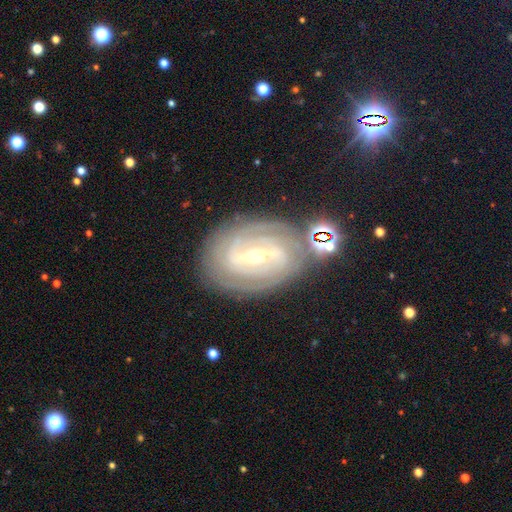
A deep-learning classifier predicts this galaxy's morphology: Smooth or featured? featured or disk (88%)
Edge-on disk? no (95%)
Bar? strong (65%)
Spiral arms? yes (94%)
Spiral winding? tight (75%)
Spiral arm count? 2 (34%)
Bulge size? small (60%)
Merging? none (78%)